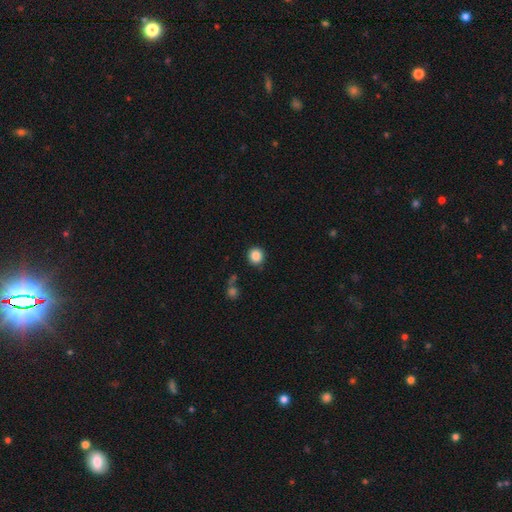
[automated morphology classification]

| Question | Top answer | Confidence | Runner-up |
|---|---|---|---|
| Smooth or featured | smooth | 87% | star or artifact (10%) |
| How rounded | round | 92% | in between (7%) |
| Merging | none | 87% | minor disturbance (8%) |